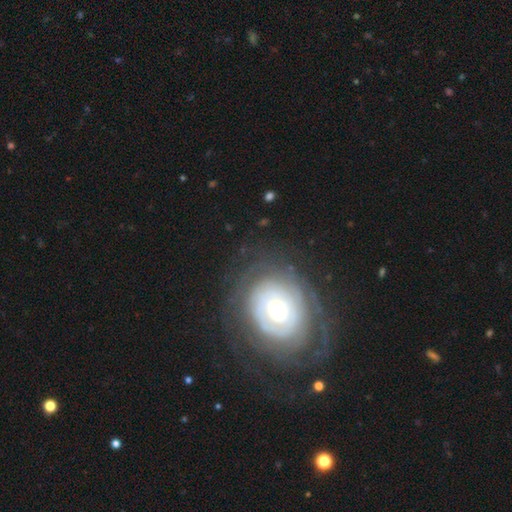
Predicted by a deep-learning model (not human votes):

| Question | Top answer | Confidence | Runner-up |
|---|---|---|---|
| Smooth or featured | featured or disk | 70% | smooth (21%) |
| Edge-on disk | no | 96% | yes (4%) |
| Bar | no | 77% | weak (15%) |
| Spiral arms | yes | 66% | no (34%) |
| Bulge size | moderate | 52% | small (38%) |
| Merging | none | 74% | minor disturbance (13%) |